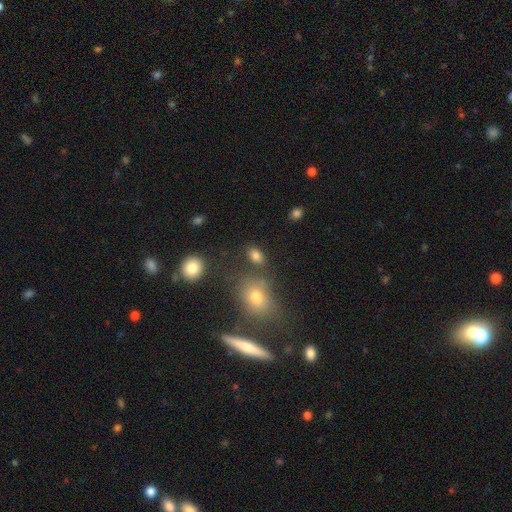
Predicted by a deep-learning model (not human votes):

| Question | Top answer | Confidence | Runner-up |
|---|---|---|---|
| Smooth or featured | smooth | 81% | star or artifact (12%) |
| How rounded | in between | 78% | round (20%) |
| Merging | none | 72% | minor disturbance (12%) |